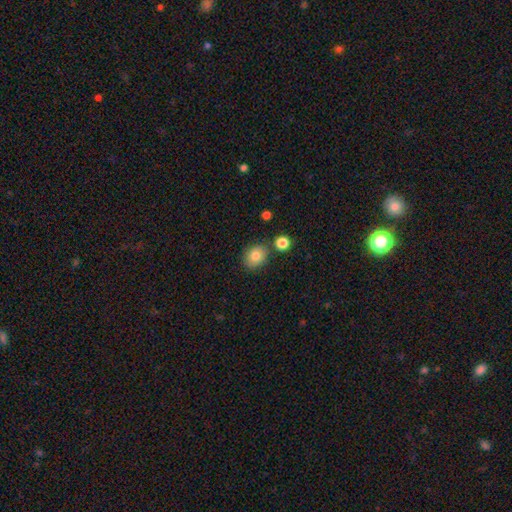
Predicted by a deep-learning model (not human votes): A smooth galaxy with no disk features (81%) that is round (53%).

Vote fractions:
- Smooth or featured? smooth: 81% / star or artifact: 10% / featured or disk: 9%
- How rounded? round: 53% / in between: 46% / cigar-shaped: 1%
- Merging? none: 78% / minor disturbance: 12% / merger: 7% / major disturbance: 3%